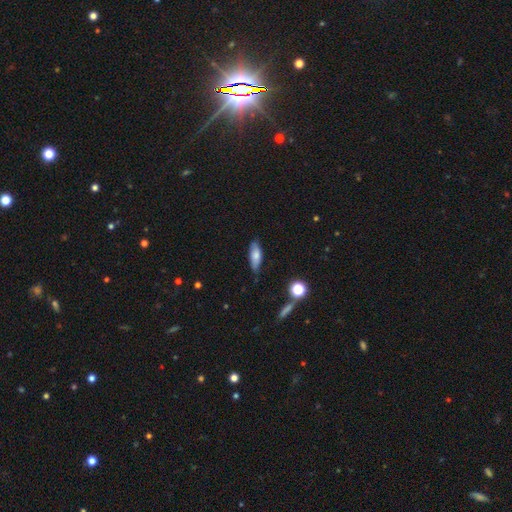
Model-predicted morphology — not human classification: type=smooth (69%); roundness=in between (69%); merging=none (72%).